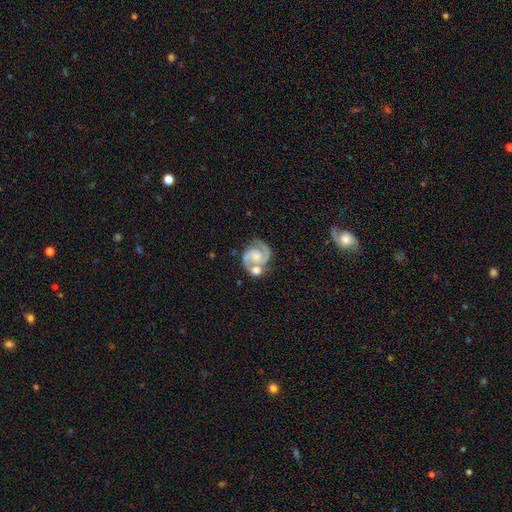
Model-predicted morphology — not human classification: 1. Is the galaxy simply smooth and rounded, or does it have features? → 89% featured or disk, 6% smooth, 5% star or artifact.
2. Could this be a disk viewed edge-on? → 98% no, 2% yes.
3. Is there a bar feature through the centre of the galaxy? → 60% no, 31% weak, 9% strong.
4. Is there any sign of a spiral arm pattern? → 98% yes, 2% no.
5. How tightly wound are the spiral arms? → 52% medium, 39% tight, 9% loose.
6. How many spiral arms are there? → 93% 2, 2% can't tell, 2% 3, 2% 1, 1% 4, 1% more than 4.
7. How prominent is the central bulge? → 39% moderate, 35% small, 16% none, 8% large, 2% dominant.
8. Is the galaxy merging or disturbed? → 54% none, 26% merger, 14% minor disturbance, 6% major disturbance.